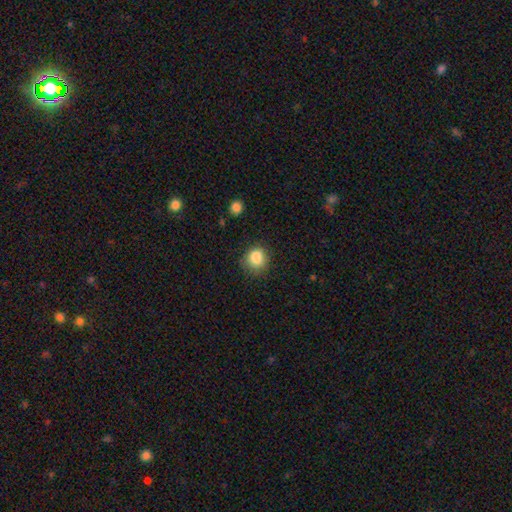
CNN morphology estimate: Smooth or featured? smooth (85%)
How rounded? round (70%)
Merging? none (70%)